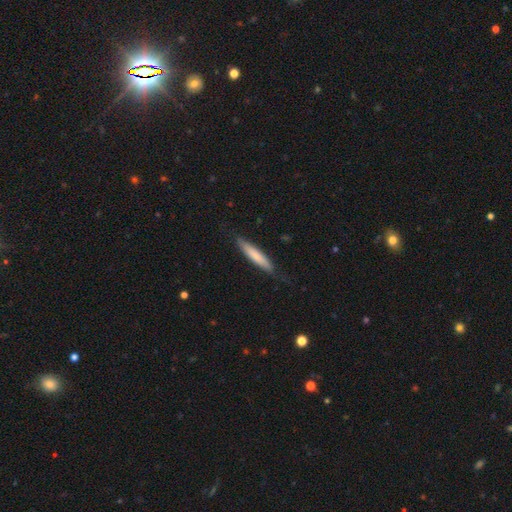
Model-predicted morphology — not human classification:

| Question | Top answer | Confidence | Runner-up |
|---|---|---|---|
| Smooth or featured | smooth | 73% | featured or disk (22%) |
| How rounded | cigar-shaped | 88% | in between (11%) |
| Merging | none | 80% | minor disturbance (16%) |